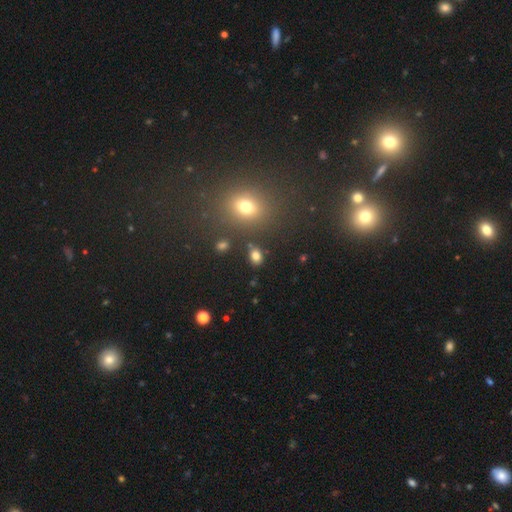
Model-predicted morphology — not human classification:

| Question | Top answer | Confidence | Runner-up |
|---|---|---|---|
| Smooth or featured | smooth | 80% | star or artifact (14%) |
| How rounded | in between | 70% | round (28%) |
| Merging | none | 81% | minor disturbance (10%) |